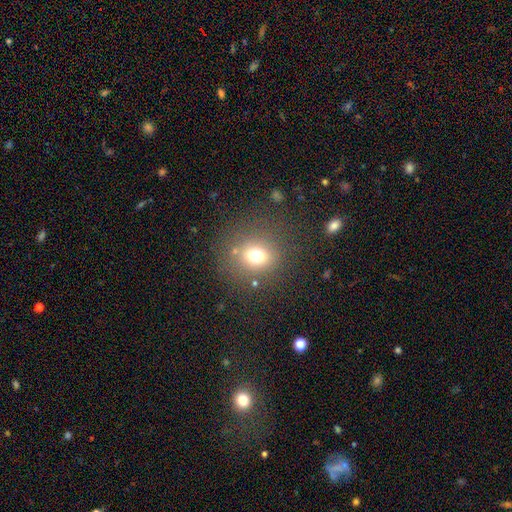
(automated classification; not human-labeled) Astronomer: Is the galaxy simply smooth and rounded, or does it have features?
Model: smooth — 70%.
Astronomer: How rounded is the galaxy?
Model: round — 77%.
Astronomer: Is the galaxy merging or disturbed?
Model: none — 78%.